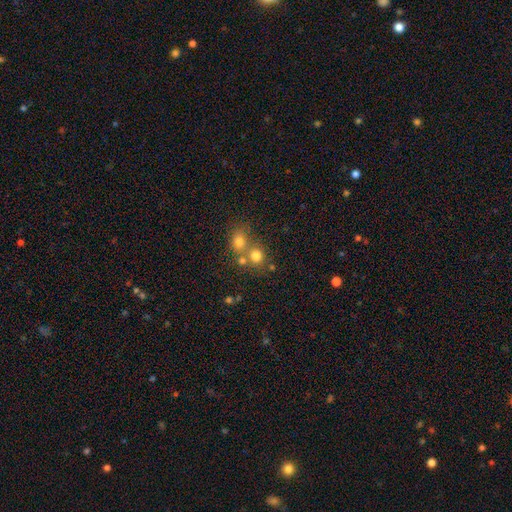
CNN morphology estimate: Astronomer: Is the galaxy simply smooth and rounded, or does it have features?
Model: smooth — 74%.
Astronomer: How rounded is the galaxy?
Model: round — 83%.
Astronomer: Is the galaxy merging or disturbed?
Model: none — 49% (runner-up: merger, 41%).